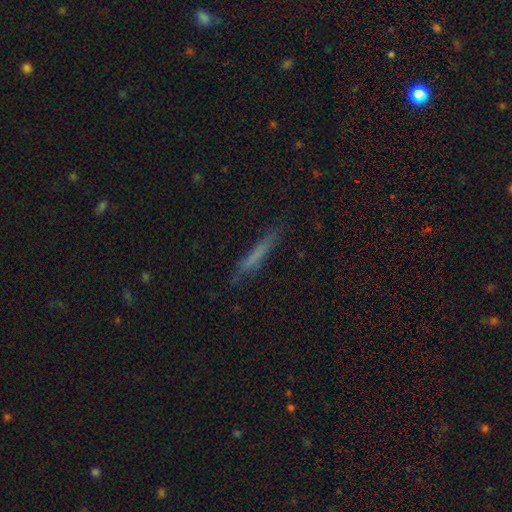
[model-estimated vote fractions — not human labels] smooth-or-featured: smooth: 59% | featured or disk: 32% | star or artifact: 9%
  how-rounded: cigar-shaped: 94% | in between: 4% | round: 2%
  merging: none: 80% | minor disturbance: 15% | major disturbance: 4% | merger: 2%